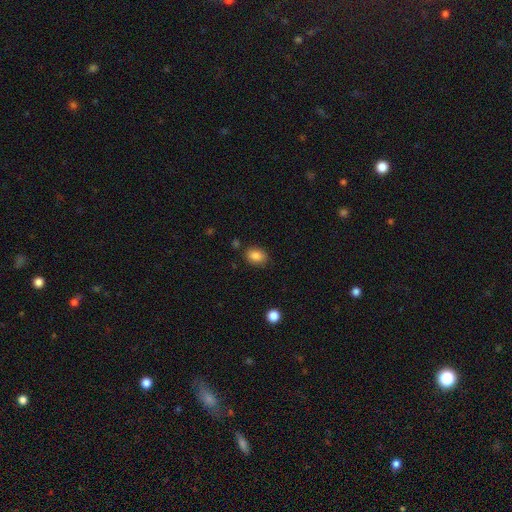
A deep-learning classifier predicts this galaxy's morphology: This is clearly a smooth galaxy (85%). How rounded: likely in between (73%). Merging: clearly none (82%).